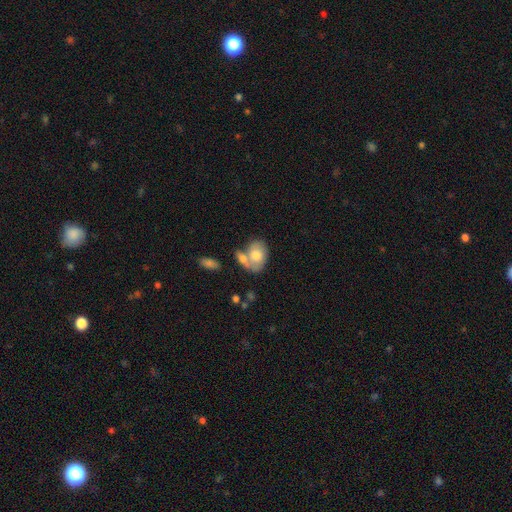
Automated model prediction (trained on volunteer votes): Smooth or featured?
  - smooth: 67% *
  - featured or disk: 27%
  - star or artifact: 6%
How rounded?
  - in between: 76% *
  - round: 22%
  - cigar-shaped: 1%
Merging?
  - merger: 46% *
  - none: 31%
  - minor disturbance: 15%
  - major disturbance: 8%